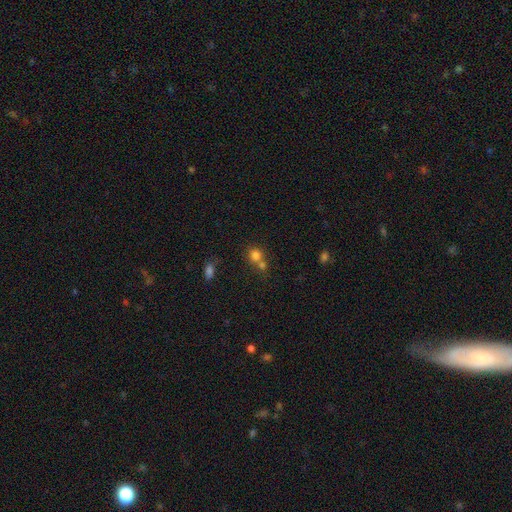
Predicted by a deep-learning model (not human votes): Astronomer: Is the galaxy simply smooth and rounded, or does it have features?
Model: smooth — 78%.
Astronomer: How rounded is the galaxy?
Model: round — 84%.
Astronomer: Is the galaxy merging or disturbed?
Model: none — 46% (runner-up: merger, 44%).